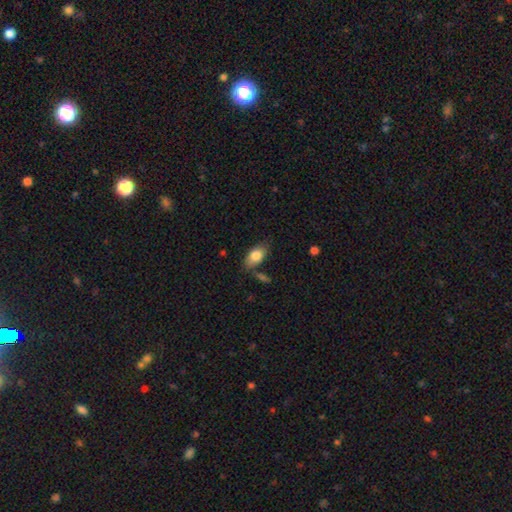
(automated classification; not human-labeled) smooth 81%, featured or disk 13%, star or artifact 7%. Down the decision tree: how rounded — in between (91%); merging — none (70%).